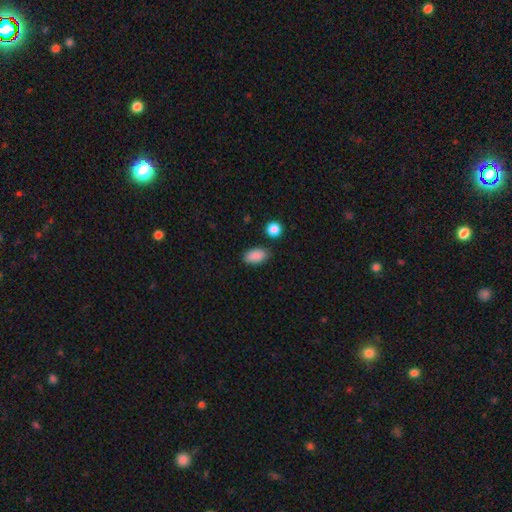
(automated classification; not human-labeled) Smooth or featured: smooth — 88% (star or artifact — 8%)
How rounded: in between — 92% (round — 6%)
Merging: none — 81% (minor disturbance — 12%)